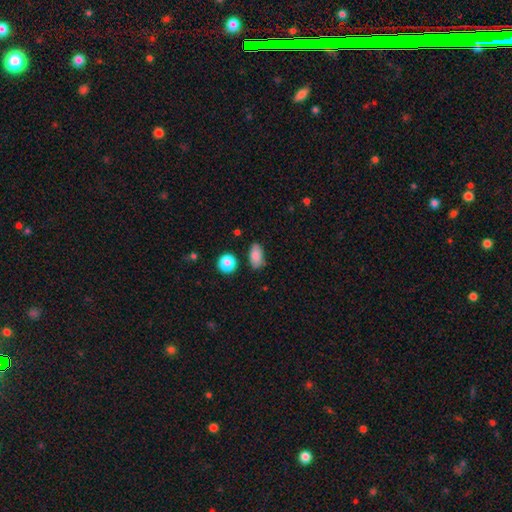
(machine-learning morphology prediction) smooth 85%, star or artifact 9%, featured or disk 6%. Down the decision tree: how rounded — in between (88%); merging — none (74%).